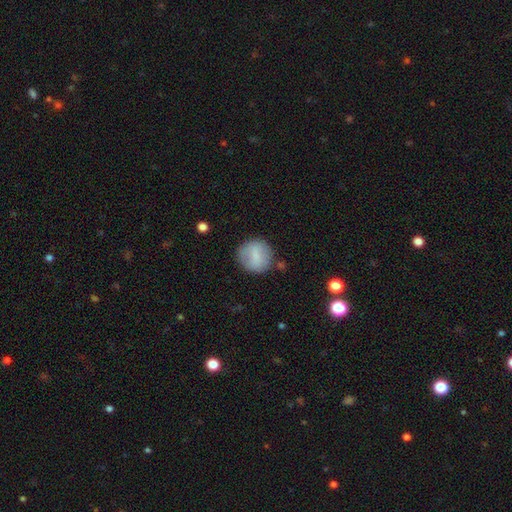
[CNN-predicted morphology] Overall: smooth (76%). How rounded: round (88%). Merging: none (77%).